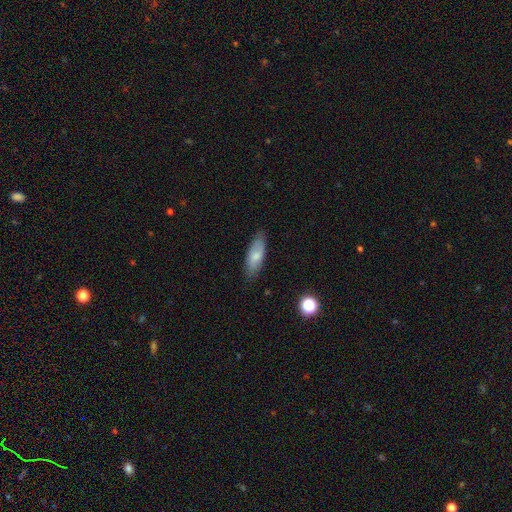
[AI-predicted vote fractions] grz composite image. It shows a smooth galaxy with no disk features (73%) that is in between round and cigar-shaped (69%). Merging: none (82%).